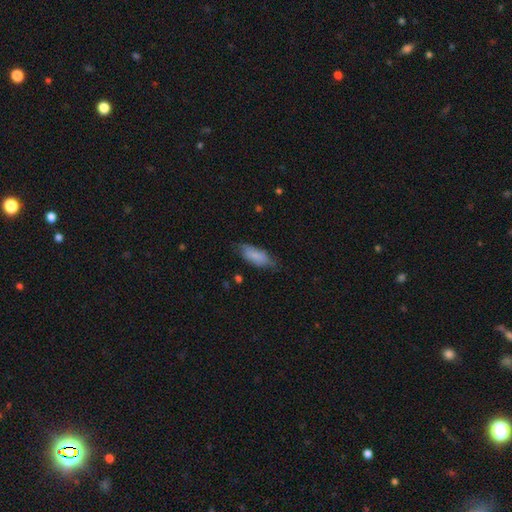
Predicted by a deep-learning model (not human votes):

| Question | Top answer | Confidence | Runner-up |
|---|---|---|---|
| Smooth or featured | smooth | 80% | featured or disk (13%) |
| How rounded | in between | 79% | cigar-shaped (19%) |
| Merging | none | 62% | minor disturbance (29%) |